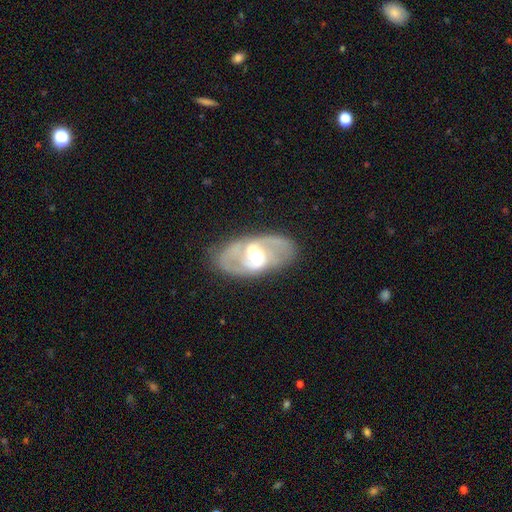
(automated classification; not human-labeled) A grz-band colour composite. It shows a featured or disk galaxy (82%) with a weak bar (48%), 2 (83%) medium (50%) spiral arms (88%) and a moderate central bulge (62%). Merging: none (77%).